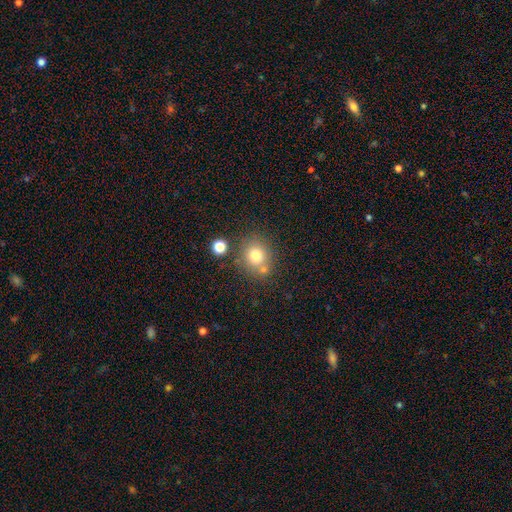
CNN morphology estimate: Overall: smooth (75%). How rounded: round (79%). Merging: none (66%).